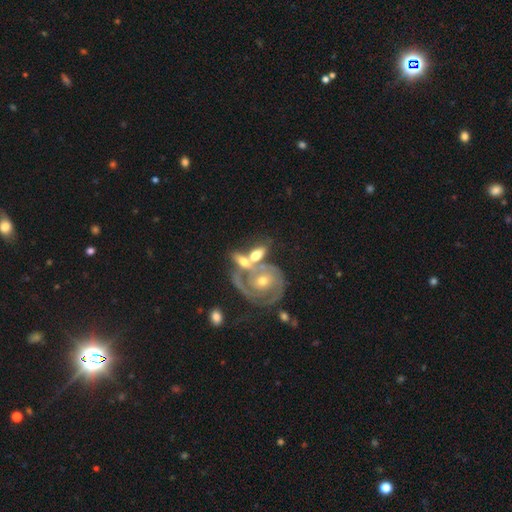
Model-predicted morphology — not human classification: type=featured or disk (62%); edge-on=no (90%); bar=no (72%); spiral arms=yes (76%); bulge=moderate (54%); merging=merger (52%).